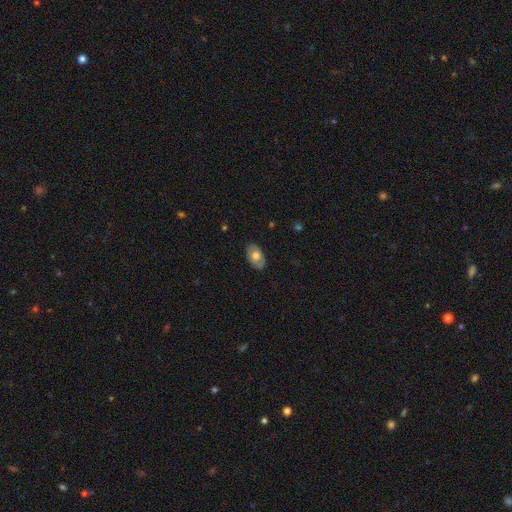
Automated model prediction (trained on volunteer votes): Morphology: type=smooth (60%); roundness=in between (89%); merging=none (82%).